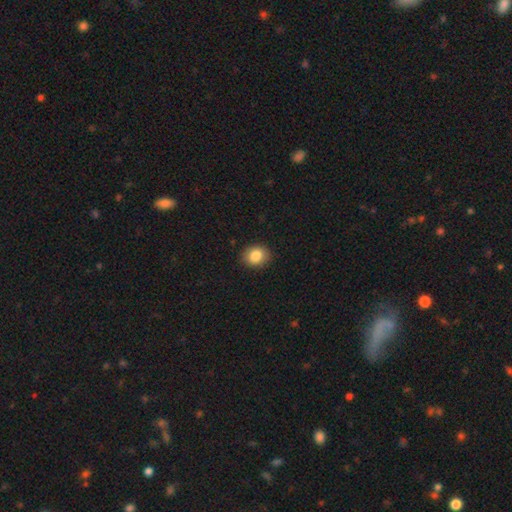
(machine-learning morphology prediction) Smooth or featured? Predicted: smooth (p=0.85). How rounded? Predicted: round (p=0.57). Merging? Predicted: none (p=0.88).